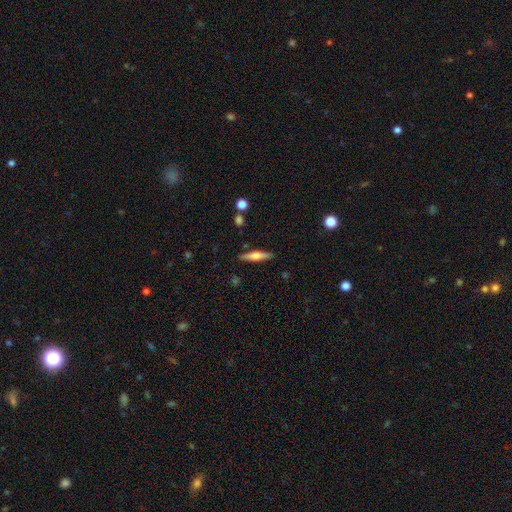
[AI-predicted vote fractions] Smooth or featured? Predicted: smooth (p=0.48). Merging? Predicted: none (p=0.88).